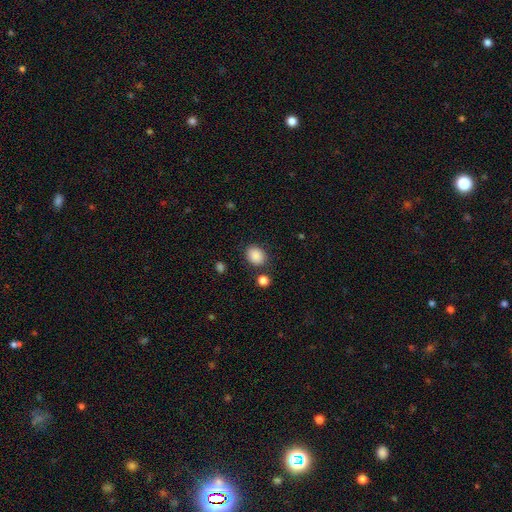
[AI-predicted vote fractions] The model was most divided on "how rounded": in between: 50%, round: 49%, cigar-shaped: 1%. More confident: smooth or featured — smooth (88%); merging — none (80%).